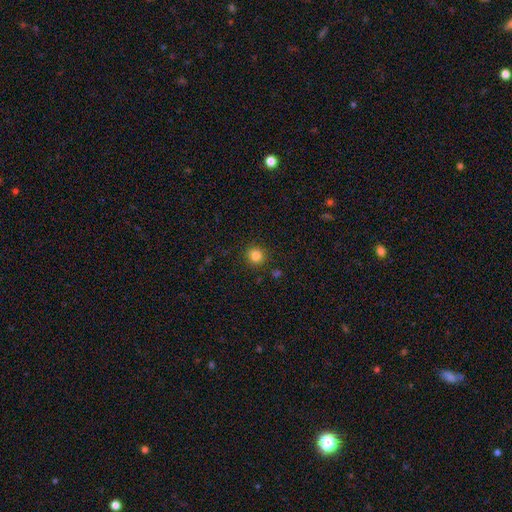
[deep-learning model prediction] Smooth or featured? Predicted: smooth (p=0.83). How rounded? Predicted: round (p=0.93). Merging? Predicted: none (p=0.91).